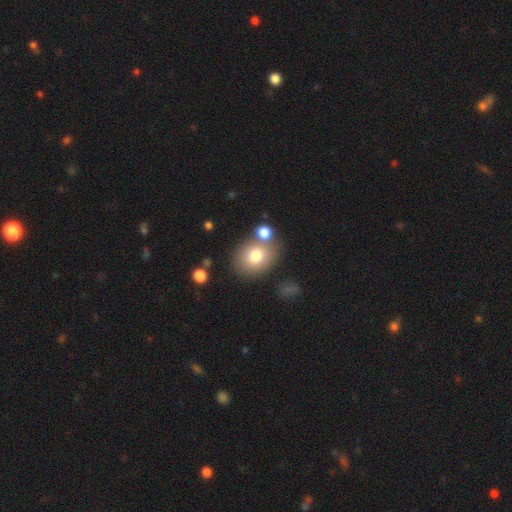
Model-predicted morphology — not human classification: smooth 77%, featured or disk 14%, star or artifact 9%. Down the decision tree: how rounded — in between (51%); merging — none (63%).